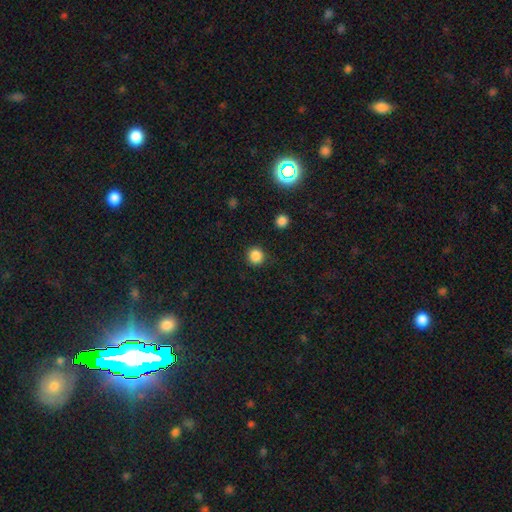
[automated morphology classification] Smooth or featured?
  - smooth: 86% *
  - star or artifact: 11%
  - featured or disk: 3%
How rounded?
  - round: 94% *
  - in between: 5%
  - cigar-shaped: 1%
Merging?
  - none: 90% *
  - minor disturbance: 6%
  - major disturbance: 2%
  - merger: 1%